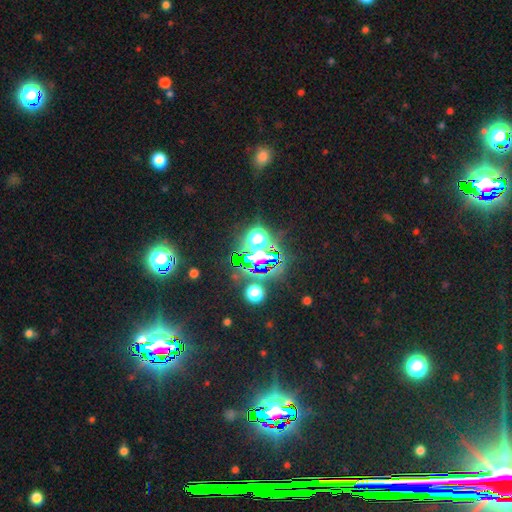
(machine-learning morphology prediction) Smooth or featured?
  - star or artifact: 74% *
  - smooth: 16%
  - featured or disk: 9%